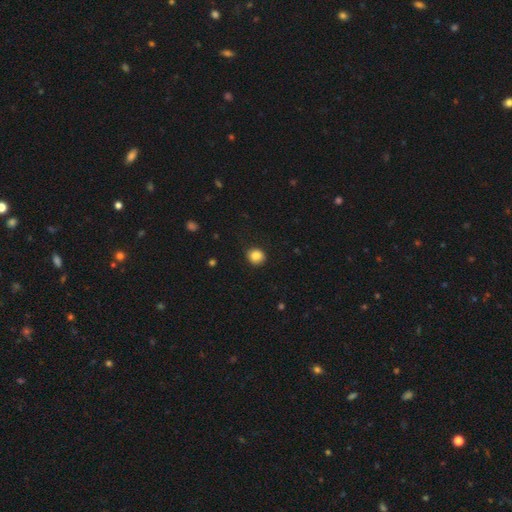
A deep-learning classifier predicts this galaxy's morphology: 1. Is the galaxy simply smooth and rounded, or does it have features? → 85% smooth, 10% star or artifact, 5% featured or disk.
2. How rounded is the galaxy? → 84% round, 15% in between, 1% cigar-shaped.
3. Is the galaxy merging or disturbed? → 87% none, 10% minor disturbance, 2% major disturbance, 1% merger.